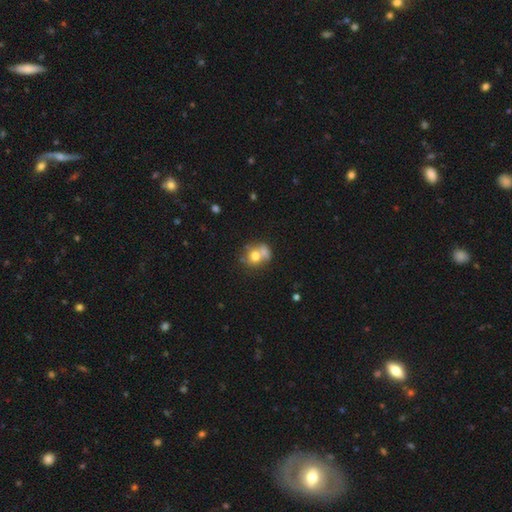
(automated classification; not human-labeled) Smooth or featured: smooth — 69% (featured or disk — 21%)
How rounded: round — 68% (in between — 31%)
Merging: merger — 48% (none — 34%)